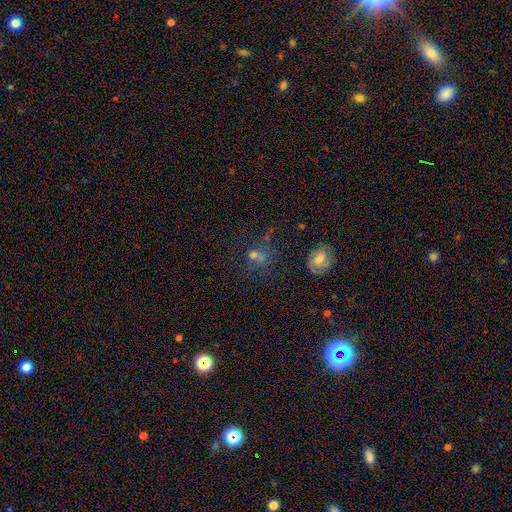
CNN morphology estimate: A smooth galaxy with no disk features (49%). Merging: none (56%).